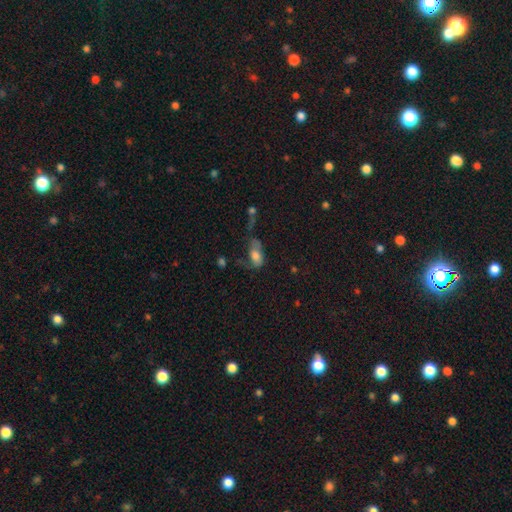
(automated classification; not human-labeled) A smooth galaxy with no disk features (66%) that is in between round and cigar-shaped (89%).

Vote fractions:
- Smooth or featured? smooth: 66% / featured or disk: 25% / star or artifact: 10%
- How rounded? in between: 89% / round: 6% / cigar-shaped: 5%
- Merging? major disturbance: 42% / none: 25% / minor disturbance: 24% / merger: 9%